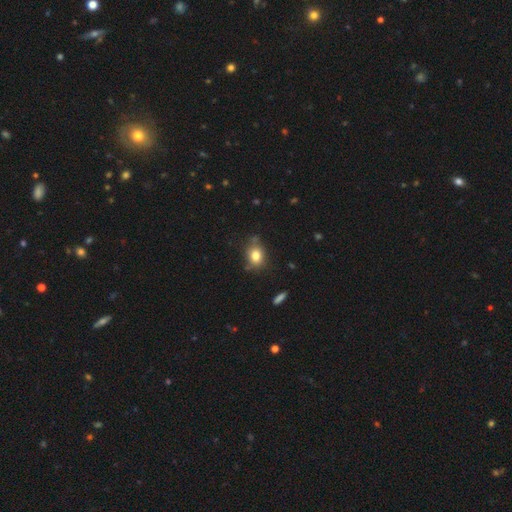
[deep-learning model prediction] Q: Smooth or featured?
A: smooth (80%); runner-up: star or artifact (11%)
Q: How rounded?
A: in between (53%); runner-up: round (45%)
Q: Merging?
A: none (71%); runner-up: minor disturbance (19%)